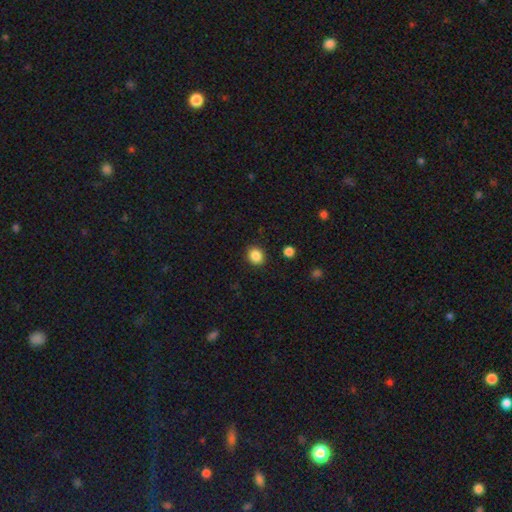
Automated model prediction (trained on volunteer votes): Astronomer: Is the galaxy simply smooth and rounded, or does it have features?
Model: smooth — 87%.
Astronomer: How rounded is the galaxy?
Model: round — 75%.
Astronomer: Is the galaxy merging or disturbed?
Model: none — 90%.